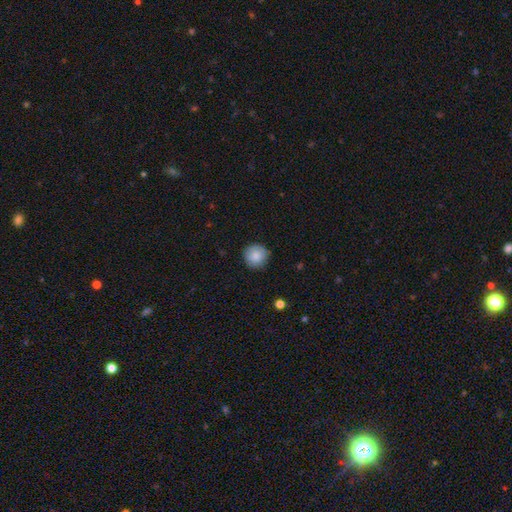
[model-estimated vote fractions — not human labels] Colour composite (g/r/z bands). It shows a smooth galaxy with no disk features (84%) that is round (94%). Merging: none (86%).